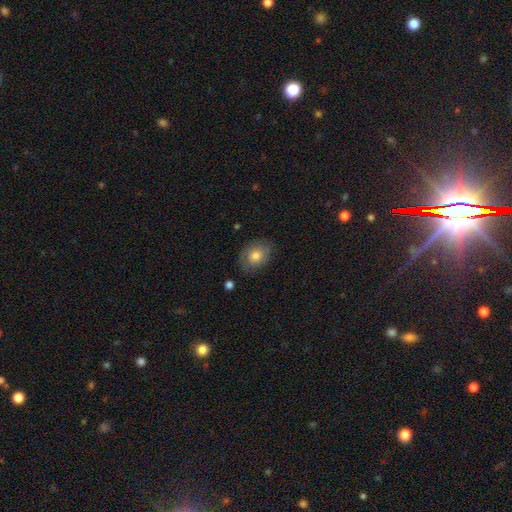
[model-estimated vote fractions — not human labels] Smooth or featured: smooth — 76% (featured or disk — 16%)
How rounded: in between — 63% (round — 36%)
Merging: none — 77% (minor disturbance — 17%)